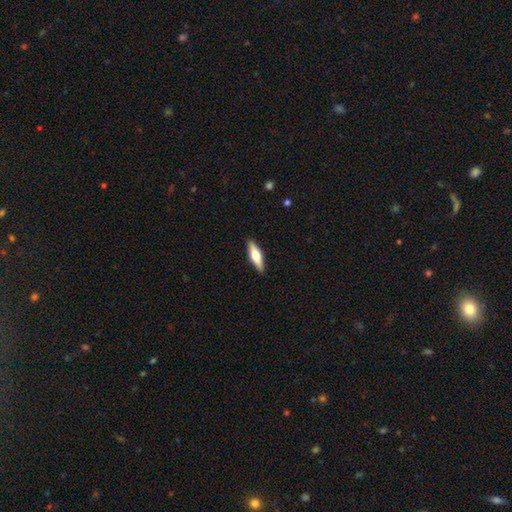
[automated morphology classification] This is possibly a featured or disk galaxy (51%). It is clearly viewed edge-on (94%). Merging: clearly none (90%).